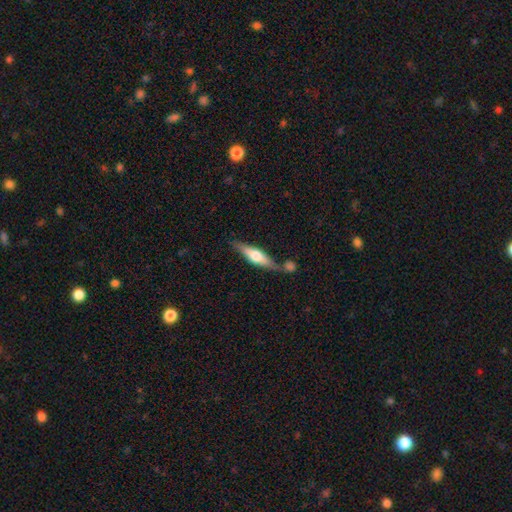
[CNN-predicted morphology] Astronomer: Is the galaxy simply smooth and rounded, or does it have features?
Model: featured or disk — 55% (runner-up: smooth, 39%).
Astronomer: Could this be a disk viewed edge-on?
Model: yes — 92%.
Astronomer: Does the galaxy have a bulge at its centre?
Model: rounded — 88%.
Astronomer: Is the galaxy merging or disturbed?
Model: none — 63%.